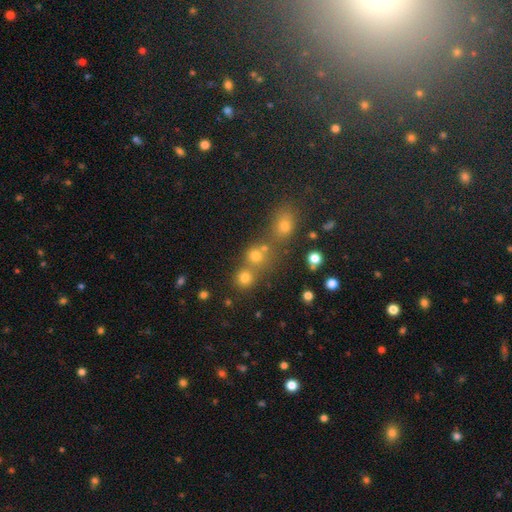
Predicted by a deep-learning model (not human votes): smooth 74%, star or artifact 18%, featured or disk 8%. Down the decision tree: how rounded — round (86%); merging — none (57%).